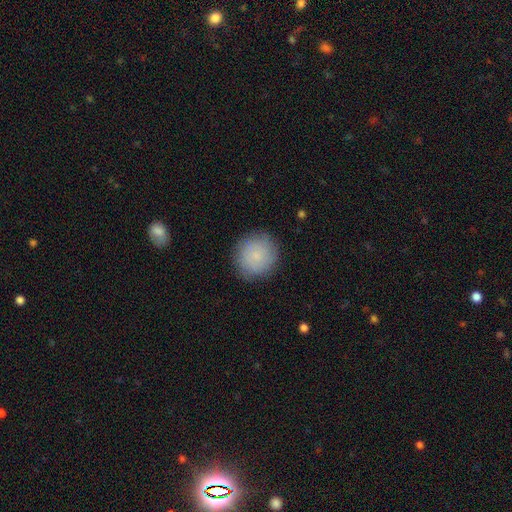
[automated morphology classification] Q: Smooth or featured?
A: smooth (82%); runner-up: featured or disk (11%)
Q: How rounded?
A: round (92%); runner-up: in between (7%)
Q: Merging?
A: none (86%); runner-up: minor disturbance (10%)